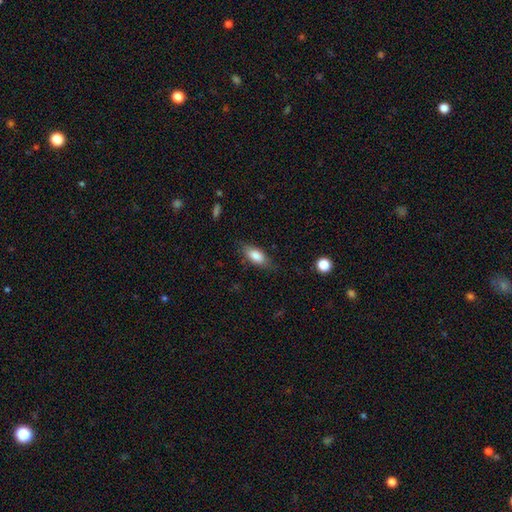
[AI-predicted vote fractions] Overall: smooth (81%). How rounded: in between (82%). Merging: none (76%).